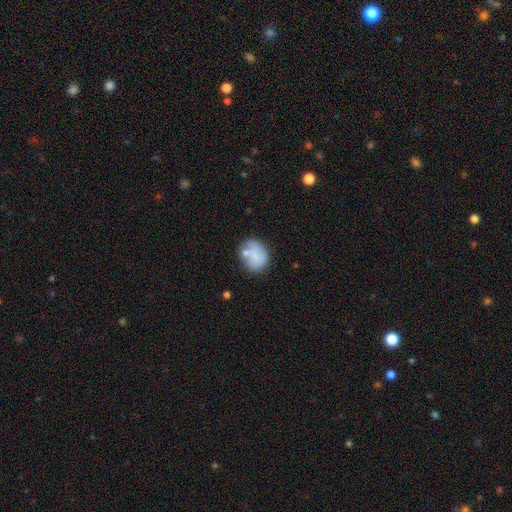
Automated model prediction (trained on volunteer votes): smooth_or_featured: smooth (p=0.71) [alt: featured or disk p=0.21]
how_rounded: round (p=0.58) [alt: in between p=0.41]
merging: none (p=0.51) [alt: minor disturbance p=0.23]